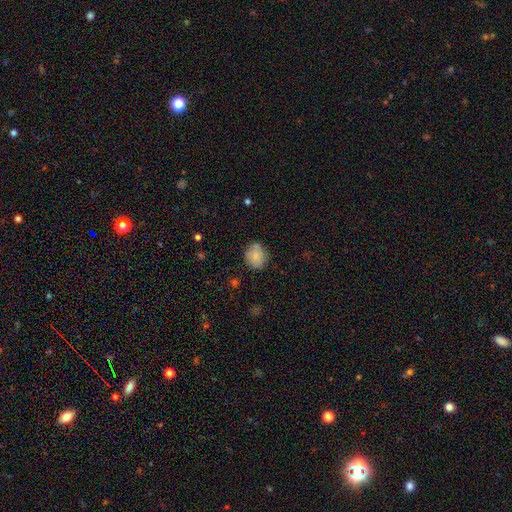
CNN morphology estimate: Smooth or featured?
  - smooth: 78% *
  - featured or disk: 13%
  - star or artifact: 8%
How rounded?
  - round: 68% *
  - in between: 31%
  - cigar-shaped: 1%
Merging?
  - none: 75% *
  - minor disturbance: 19%
  - major disturbance: 4%
  - merger: 2%